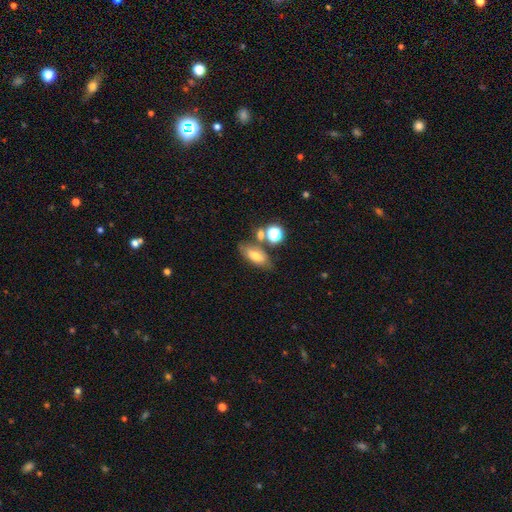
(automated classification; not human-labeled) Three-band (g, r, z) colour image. It shows a smooth galaxy with no disk features (64%) that is in between round and cigar-shaped (76%). Merging: none (58%).